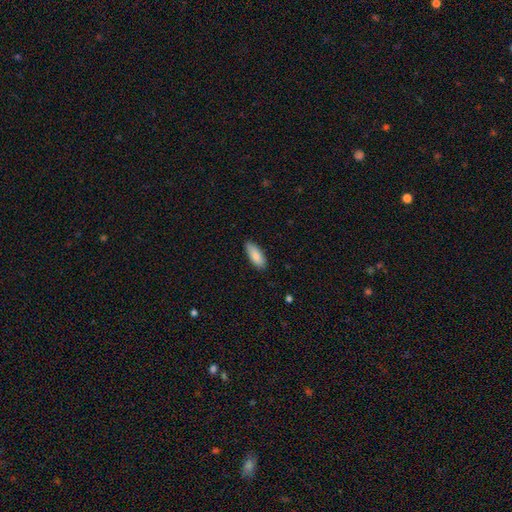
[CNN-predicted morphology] Smooth or featured: smooth — 86% (featured or disk — 8%)
How rounded: in between — 77% (cigar-shaped — 21%)
Merging: none — 85% (minor disturbance — 12%)